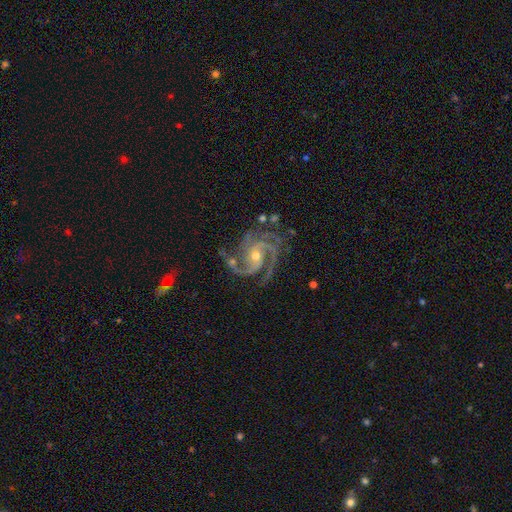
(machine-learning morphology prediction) type=featured or disk (93%); edge-on=no (98%); bar=no (61%); spiral arms=yes (99%); winding=medium (52%); arm count=3 (52%); bulge=moderate (49%); merging=none (68%).